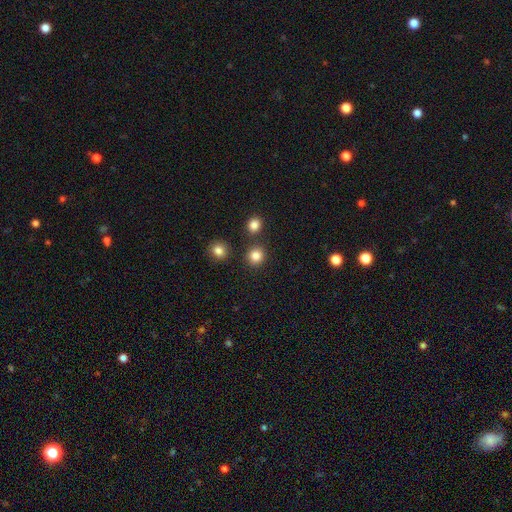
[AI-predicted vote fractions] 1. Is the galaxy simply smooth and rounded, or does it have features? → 84% smooth, 12% star or artifact, 4% featured or disk.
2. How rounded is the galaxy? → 90% round, 10% in between, 1% cigar-shaped.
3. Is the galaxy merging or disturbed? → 85% none, 6% minor disturbance, 6% merger, 2% major disturbance.